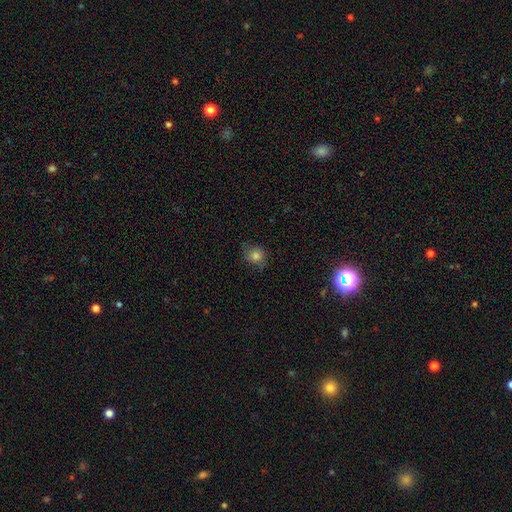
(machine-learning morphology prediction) This appears to be a smooth galaxy with no disk features (75%) that is round (75%). Merging: none (69%).